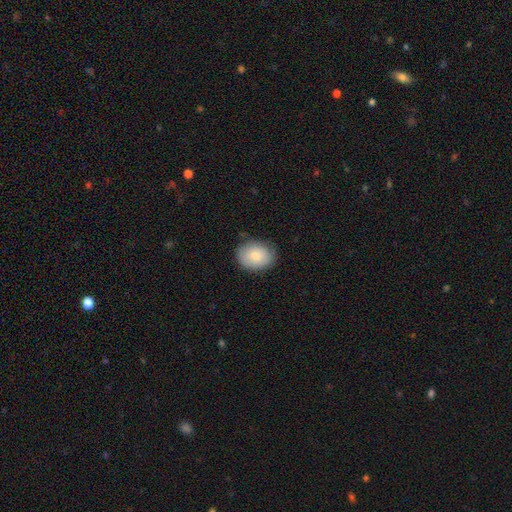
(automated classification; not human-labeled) Smooth or featured?
  - smooth: 84% *
  - featured or disk: 9%
  - star or artifact: 7%
How rounded?
  - in between: 60% *
  - round: 39%
  - cigar-shaped: 1%
Merging?
  - none: 80% *
  - minor disturbance: 16%
  - major disturbance: 3%
  - merger: 1%